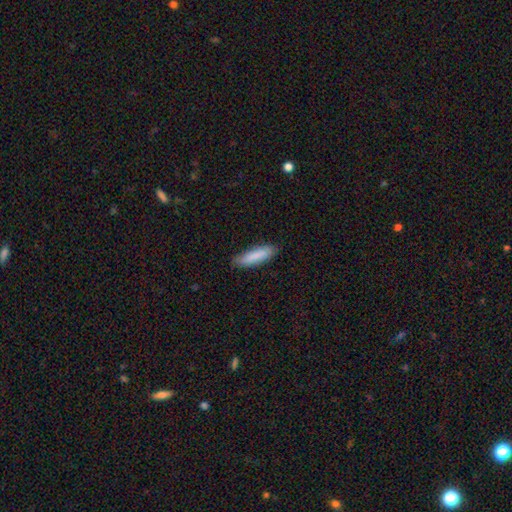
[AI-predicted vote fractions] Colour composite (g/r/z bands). It shows a smooth galaxy with no disk features (85%) that is cigar-shaped (65%). Merging: none (85%).